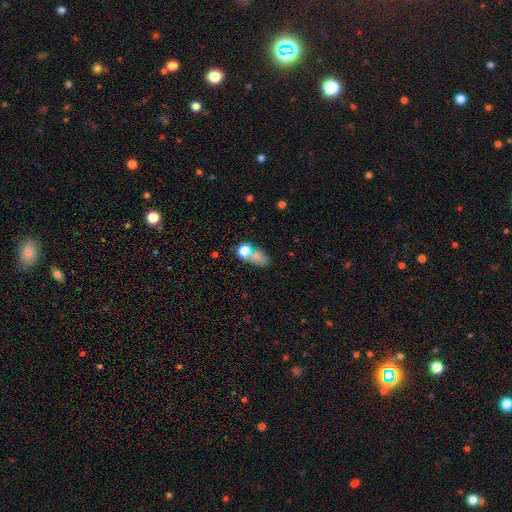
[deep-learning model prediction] A smooth galaxy with no disk features (69%) that is in between round and cigar-shaped (63%). Merging: none (41%).